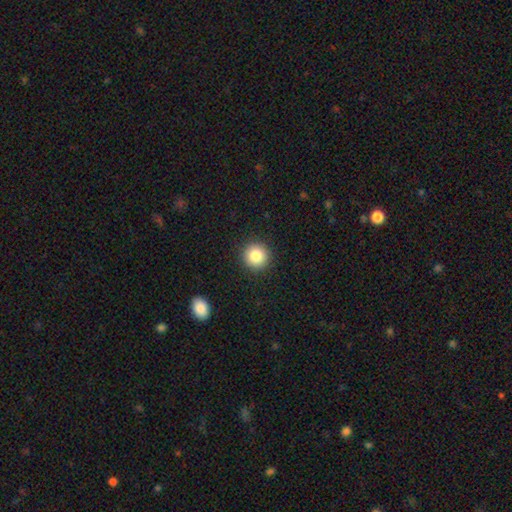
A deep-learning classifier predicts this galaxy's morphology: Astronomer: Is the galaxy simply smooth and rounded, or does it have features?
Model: smooth — 85%.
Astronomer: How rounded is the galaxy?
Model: round — 95%.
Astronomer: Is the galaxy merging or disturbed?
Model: none — 92%.